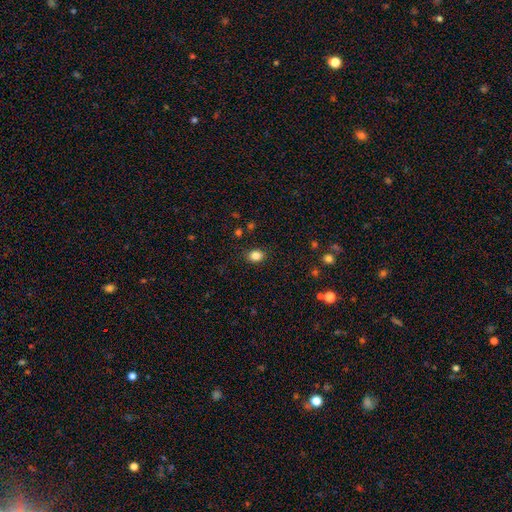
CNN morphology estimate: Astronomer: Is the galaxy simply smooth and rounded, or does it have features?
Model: smooth — 84%.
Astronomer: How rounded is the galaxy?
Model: in between — 57% (runner-up: round, 43%).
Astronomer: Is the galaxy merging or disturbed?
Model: none — 88%.